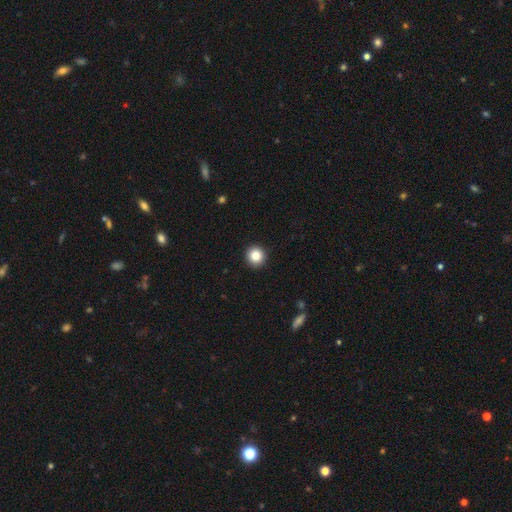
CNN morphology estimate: Smooth or featured?
  - smooth: 84% *
  - star or artifact: 10%
  - featured or disk: 6%
How rounded?
  - round: 95% *
  - in between: 5%
  - cigar-shaped: 1%
Merging?
  - none: 93% *
  - minor disturbance: 4%
  - major disturbance: 1%
  - merger: 1%